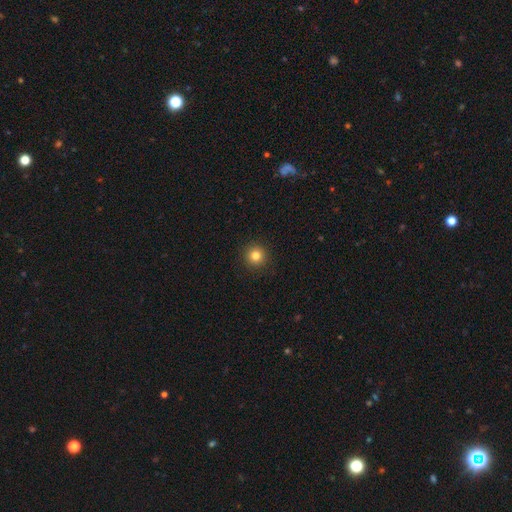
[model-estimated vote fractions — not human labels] Overall: smooth (81%). How rounded: round (95%). Merging: none (93%).